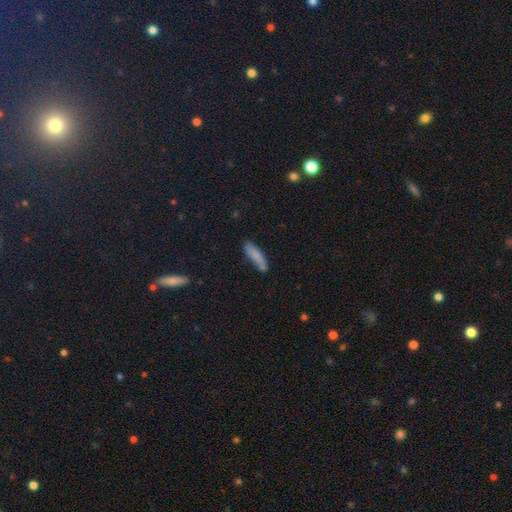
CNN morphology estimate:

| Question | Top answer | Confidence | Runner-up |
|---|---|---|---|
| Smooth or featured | smooth | 80% | featured or disk (14%) |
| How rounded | cigar-shaped | 71% | in between (28%) |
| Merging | none | 69% | minor disturbance (21%) |